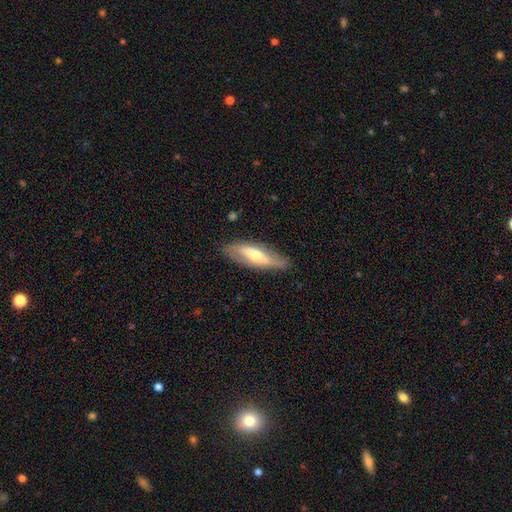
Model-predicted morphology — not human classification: The model was most divided on "edge-on disk": no: 57%, yes: 43%. More confident: merging — none (80%); smooth or featured — featured or disk (54%).